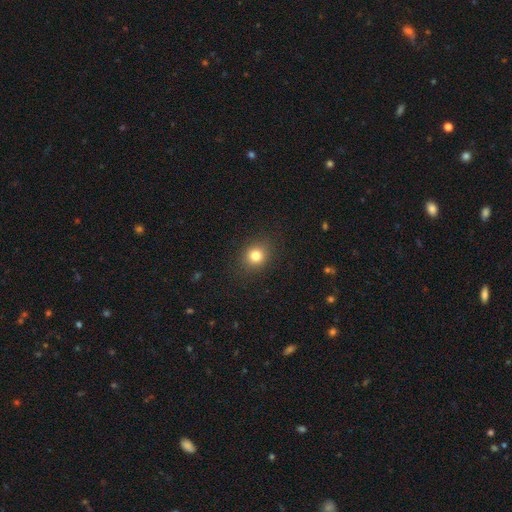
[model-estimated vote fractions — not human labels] Overall: smooth (81%). How rounded: round (76%). Merging: none (88%).